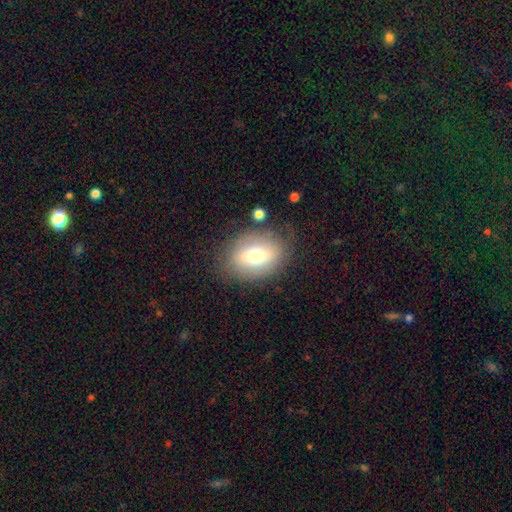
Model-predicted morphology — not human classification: smooth 62%, featured or disk 29%, star or artifact 9%. Down the decision tree: how rounded — in between (72%); merging — none (74%).